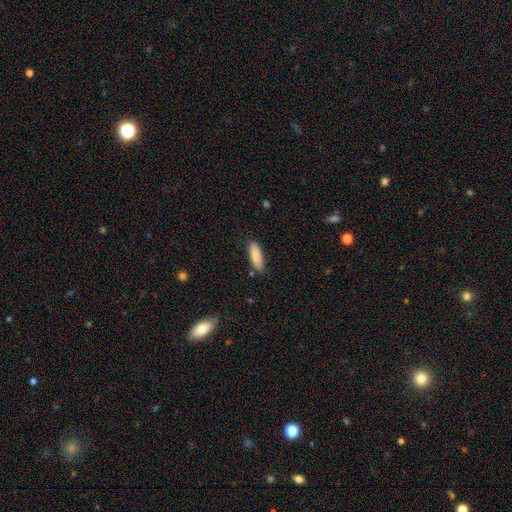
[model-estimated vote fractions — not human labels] Smooth or featured? Predicted: smooth (p=0.82). How rounded? Predicted: in between (p=0.67). Merging? Predicted: none (p=0.80).